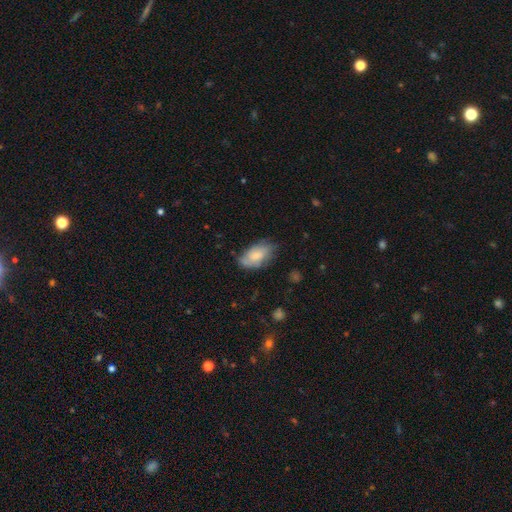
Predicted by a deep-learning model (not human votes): Smooth or featured: smooth — 64% (featured or disk — 29%)
How rounded: in between — 93% (round — 5%)
Merging: none — 61% (minor disturbance — 29%)